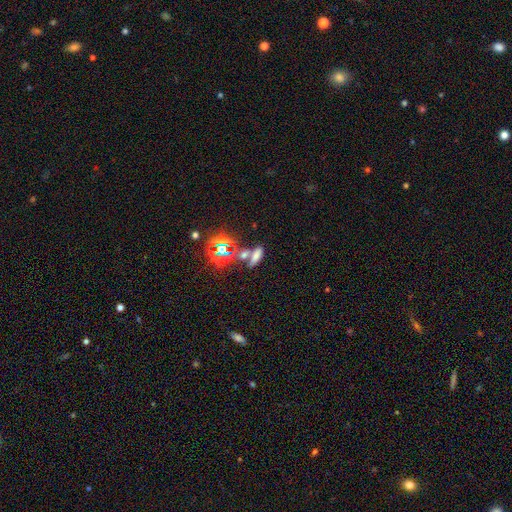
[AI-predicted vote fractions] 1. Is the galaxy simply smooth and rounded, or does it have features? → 59% smooth, 30% star or artifact, 11% featured or disk.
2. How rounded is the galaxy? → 51% in between, 40% cigar-shaped, 9% round.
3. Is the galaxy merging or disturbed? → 52% none, 31% merger, 11% minor disturbance, 6% major disturbance.